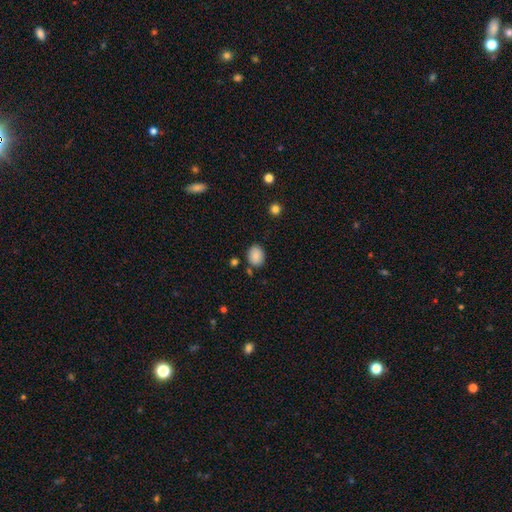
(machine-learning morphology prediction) Overall: smooth (84%). How rounded: in between (57%; round 42%). Merging: none (77%).